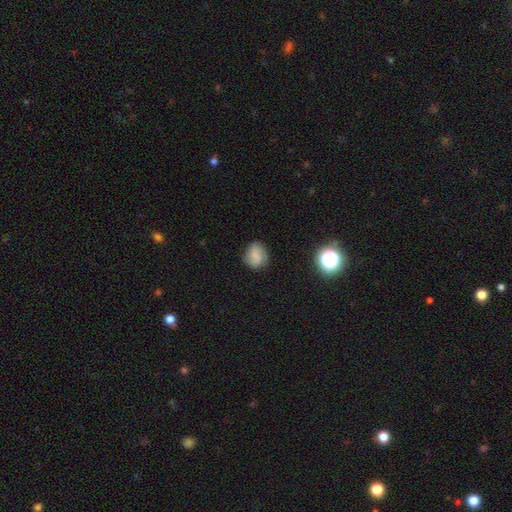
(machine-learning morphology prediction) Smooth or featured? Predicted: smooth (p=0.68). How rounded? Predicted: round (p=0.66). Merging? Predicted: none (p=0.73).